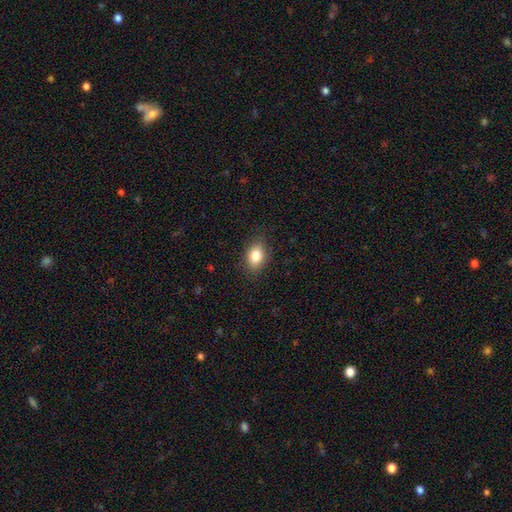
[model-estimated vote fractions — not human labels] Smooth or featured?
  - smooth: 83% *
  - star or artifact: 9%
  - featured or disk: 8%
How rounded?
  - in between: 79% *
  - round: 19%
  - cigar-shaped: 2%
Merging?
  - none: 85% *
  - minor disturbance: 11%
  - major disturbance: 3%
  - merger: 1%